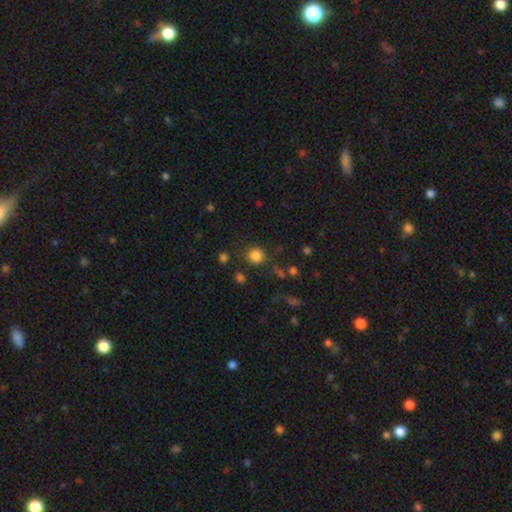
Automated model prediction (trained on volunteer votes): Morphology: type=smooth (83%); roundness=round (89%); merging=none (81%).